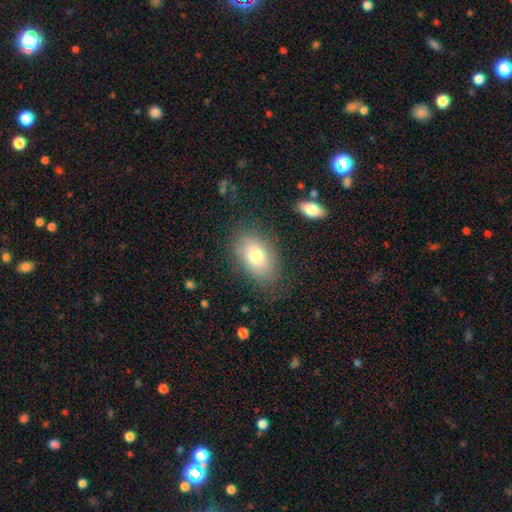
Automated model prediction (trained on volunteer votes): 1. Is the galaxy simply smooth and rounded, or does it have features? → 76% smooth, 15% featured or disk, 8% star or artifact.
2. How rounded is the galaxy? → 88% in between, 11% round, 1% cigar-shaped.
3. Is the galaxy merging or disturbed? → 77% none, 15% minor disturbance, 6% major disturbance, 2% merger.